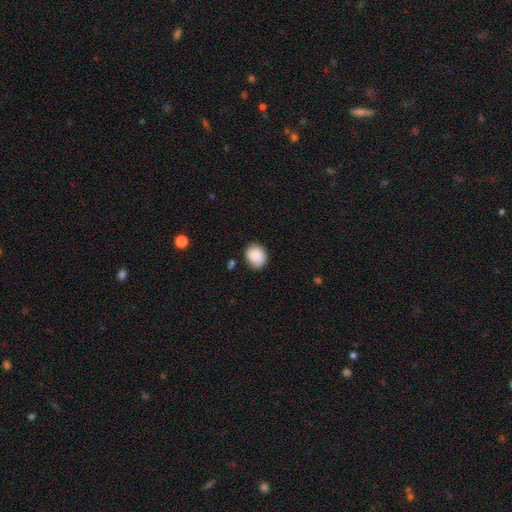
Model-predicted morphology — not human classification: The model was most divided on "how rounded": round: 66%, in between: 33%, cigar-shaped: 1%. More confident: smooth or featured — smooth (87%); merging — none (79%).